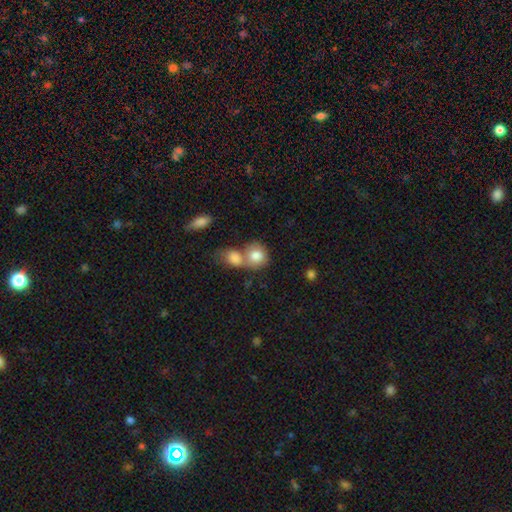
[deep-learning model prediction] This appears to be a smooth galaxy with no disk features (81%) that is round (66%). Merging: merger (58%).